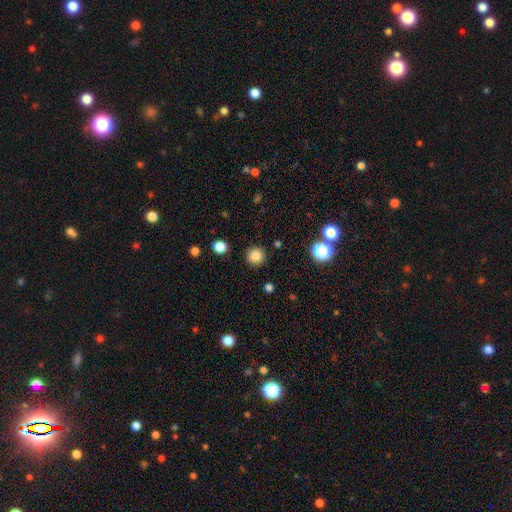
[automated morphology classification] Smooth or featured? Predicted: smooth (p=0.83). How rounded? Predicted: round (p=0.94). Merging? Predicted: none (p=0.90).